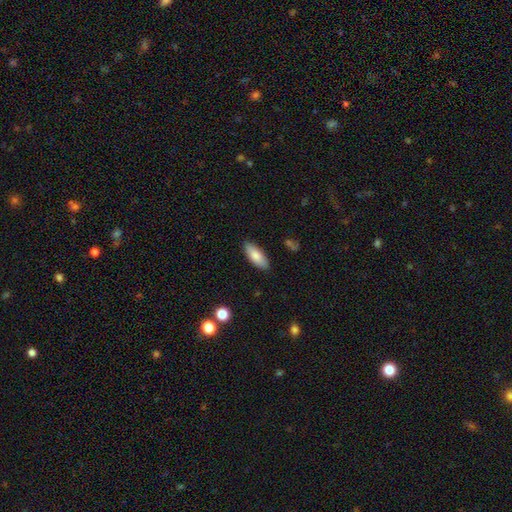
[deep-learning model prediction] Smooth or featured? smooth (83%)
How rounded? in between (80%)
Merging? none (87%)